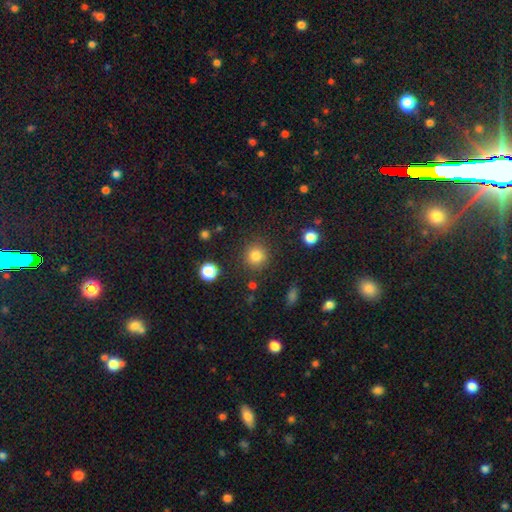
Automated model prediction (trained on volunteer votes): A smooth galaxy with no disk features (83%) that is round (92%).

Vote fractions:
- Smooth or featured? smooth: 83% / star or artifact: 12% / featured or disk: 5%
- How rounded? round: 92% / in between: 7% / cigar-shaped: 1%
- Merging? none: 87% / minor disturbance: 7% / major disturbance: 3% / merger: 2%